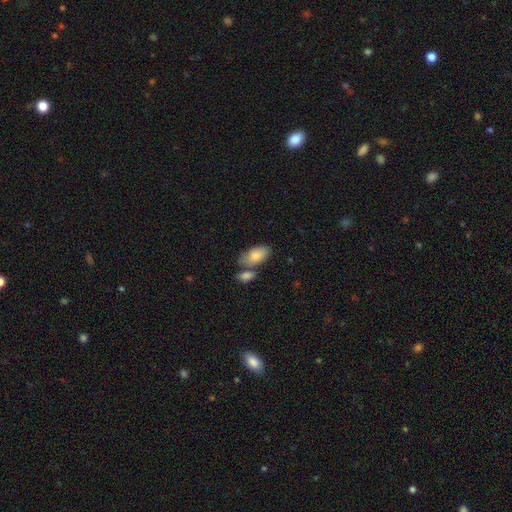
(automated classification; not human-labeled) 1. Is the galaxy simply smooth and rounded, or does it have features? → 82% smooth, 12% featured or disk, 6% star or artifact.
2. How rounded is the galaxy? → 94% in between, 3% round, 3% cigar-shaped.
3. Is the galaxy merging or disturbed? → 52% none, 29% merger, 15% minor disturbance, 4% major disturbance.